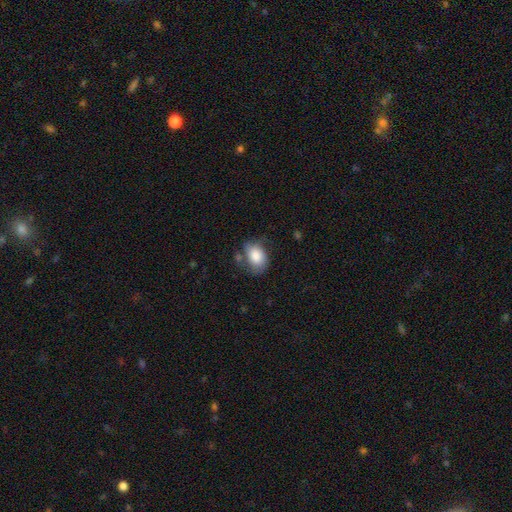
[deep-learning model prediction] This appears to be a smooth galaxy with no disk features (75%) that is in between round and cigar-shaped (78%). Merging: none (52%).